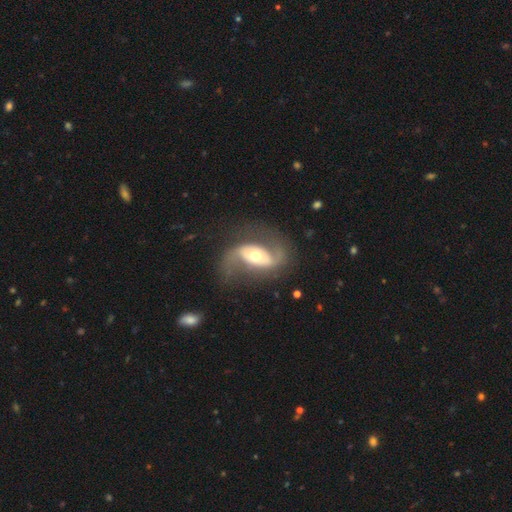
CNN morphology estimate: A featured or disk galaxy (86%) with no bar (38%), 2 (91%) loose (51%) spiral arms (93%) and a moderate central bulge (66%).

Vote fractions:
- Smooth or featured? featured or disk: 86% / smooth: 10% / star or artifact: 5%
- Edge-on disk? no: 96% / yes: 4%
- Bar? no: 38% / weak: 31% / strong: 31%
- Spiral arms? yes: 93% / no: 7%
- Spiral winding? loose: 51% / medium: 39% / tight: 10%
- Spiral arm count? 2: 91% / 1: 3% / can't tell: 3% / 3: 1% / 4: 1% / more than 4: 1%
- Bulge size? moderate: 66% / small: 18% / large: 13% / dominant: 2% / none: 1%
- Merging? none: 68% / minor disturbance: 16% / major disturbance: 14% / merger: 2%